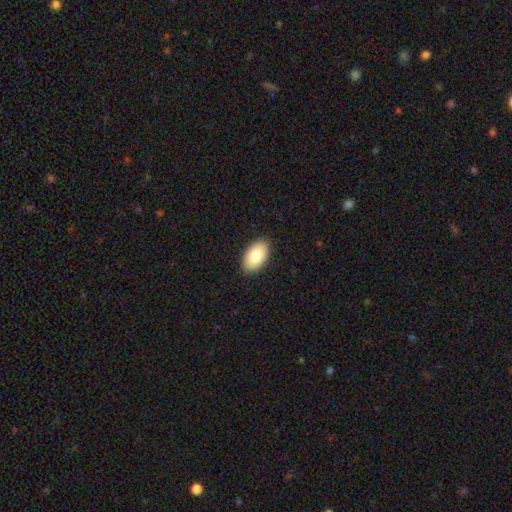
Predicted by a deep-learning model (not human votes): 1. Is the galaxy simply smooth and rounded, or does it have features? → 83% smooth, 11% featured or disk, 6% star or artifact.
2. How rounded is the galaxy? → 94% in between, 5% round, 1% cigar-shaped.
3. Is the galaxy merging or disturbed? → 89% none, 8% minor disturbance, 2% major disturbance, 1% merger.